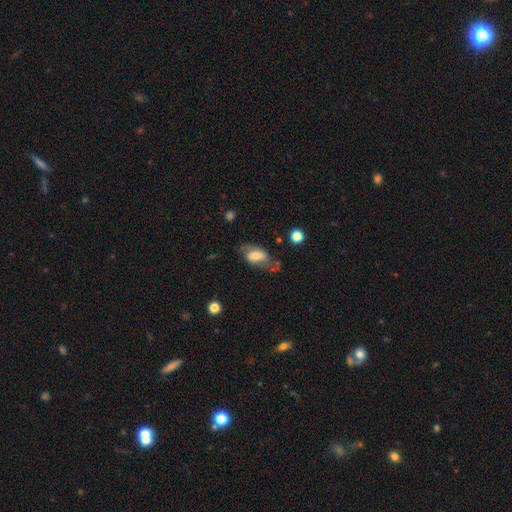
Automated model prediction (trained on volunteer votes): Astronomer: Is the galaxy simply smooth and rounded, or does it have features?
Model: smooth — 49% (runner-up: featured or disk, 43%).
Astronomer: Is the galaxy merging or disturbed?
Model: none — 55%.